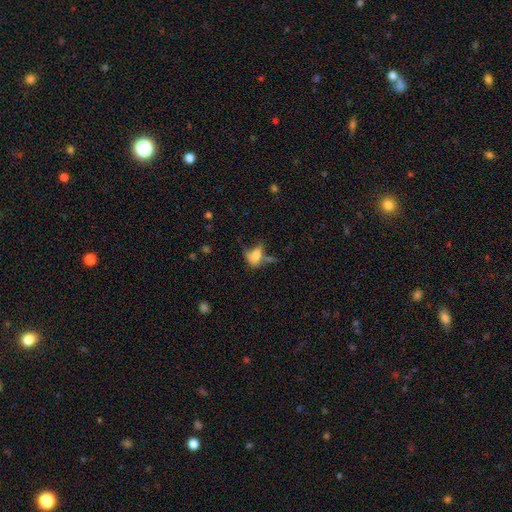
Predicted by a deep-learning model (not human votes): Morphology: type=smooth (64%); roundness=in between (73%); merging=none (31%).